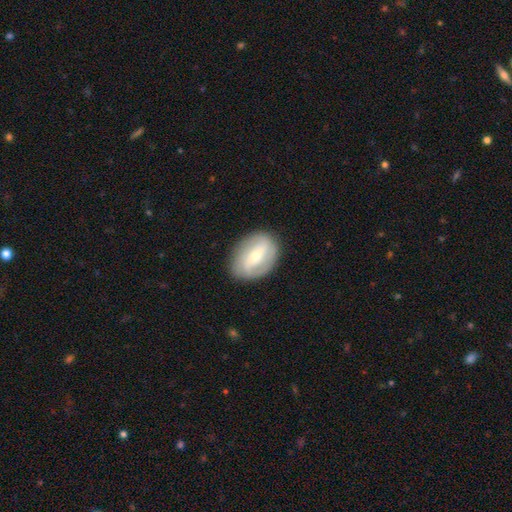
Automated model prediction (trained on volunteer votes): smooth_or_featured: featured or disk (p=0.66) [alt: smooth p=0.27]
disk_edge_on: no (p=0.94) [alt: yes p=0.06]
bar: strong (p=0.44) [alt: weak p=0.36]
has_spiral_arms: yes (p=0.70) [alt: no p=0.30]
bulge_size: small (p=0.52) [alt: moderate p=0.44]
merging: none (p=0.83) [alt: minor disturbance p=0.12]